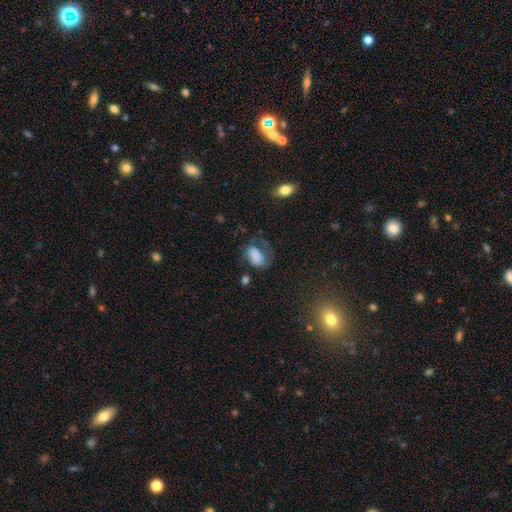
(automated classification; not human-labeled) This appears to be a smooth galaxy with no disk features (67%) that is in between round and cigar-shaped (85%). Merging: major disturbance (39%).